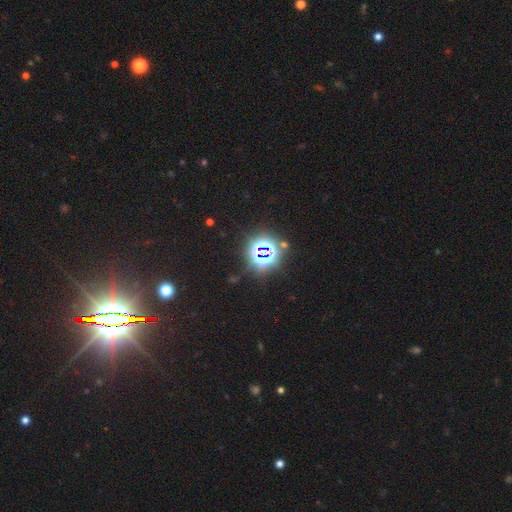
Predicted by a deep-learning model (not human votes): Morphology: type=star or artifact (82%).